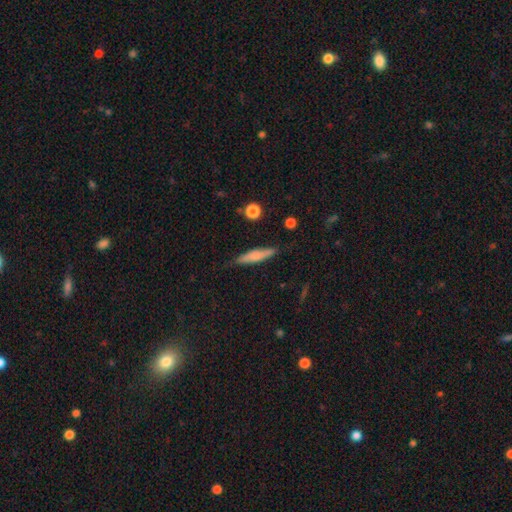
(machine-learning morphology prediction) smooth-or-featured: smooth: 63% | featured or disk: 30% | star or artifact: 7%
  how-rounded: cigar-shaped: 85% | in between: 13% | round: 2%
  merging: none: 82% | minor disturbance: 14% | major disturbance: 3% | merger: 2%